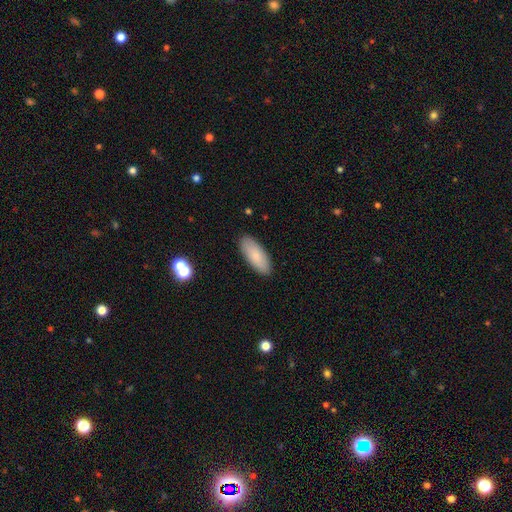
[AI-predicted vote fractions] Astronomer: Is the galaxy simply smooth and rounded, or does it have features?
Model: smooth — 81%.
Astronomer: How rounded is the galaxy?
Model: in between — 79%.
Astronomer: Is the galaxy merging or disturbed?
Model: none — 89%.